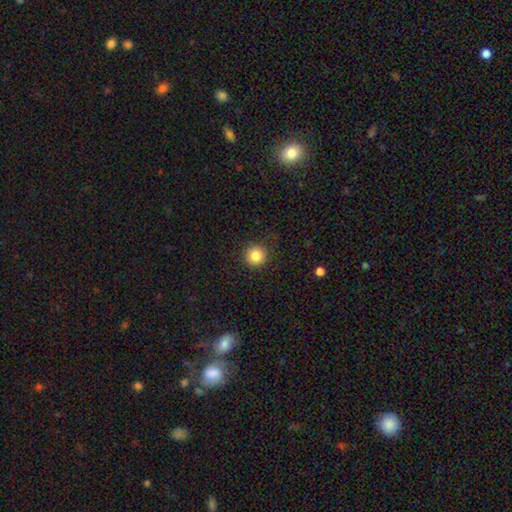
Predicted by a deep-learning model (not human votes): smooth_or_featured: smooth (p=0.84) [alt: star or artifact p=0.11]
how_rounded: round (p=0.94) [alt: in between p=0.05]
merging: none (p=0.88) [alt: minor disturbance p=0.08]